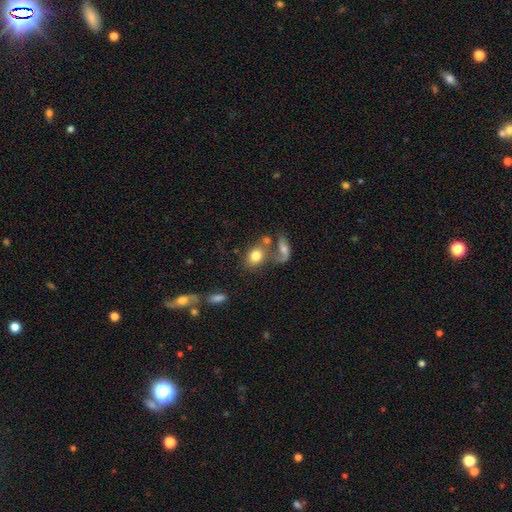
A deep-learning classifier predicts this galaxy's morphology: This appears to be a smooth galaxy with no disk features (76%) that is in between round and cigar-shaped (65%). Merging: none (41%).